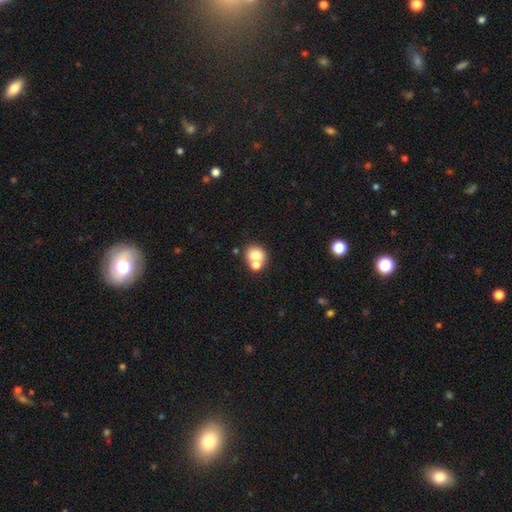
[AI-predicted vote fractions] Smooth or featured? Predicted: smooth (p=0.75). How rounded? Predicted: round (p=0.73). Merging? Predicted: merger (p=0.50).